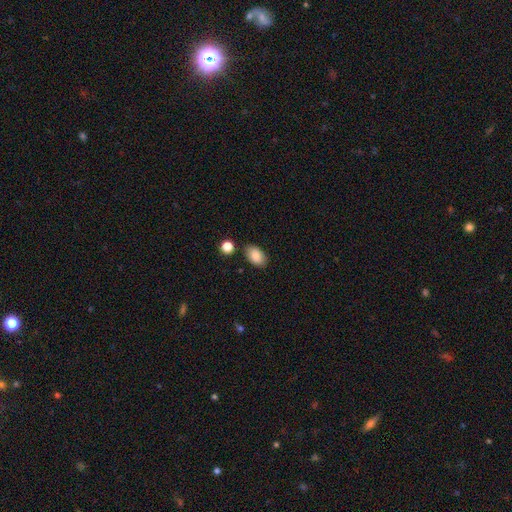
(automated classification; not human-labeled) smooth_or_featured: smooth (p=0.87) [alt: star or artifact p=0.08]
how_rounded: in between (p=0.90) [alt: round p=0.08]
merging: none (p=0.84) [alt: minor disturbance p=0.10]